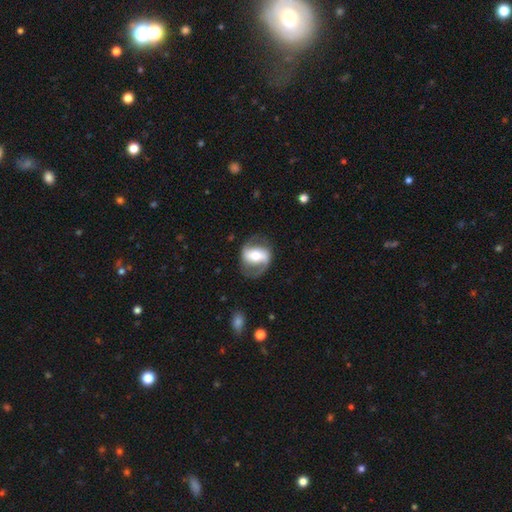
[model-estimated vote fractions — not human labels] Q: Smooth or featured?
A: featured or disk (76%); runner-up: smooth (18%)
Q: Edge-on disk?
A: no (96%); runner-up: yes (4%)
Q: Bar?
A: strong (44%); runner-up: weak (31%)
Q: Spiral arms?
A: yes (87%); runner-up: no (13%)
Q: Spiral winding?
A: medium (44%); runner-up: loose (39%)
Q: Spiral arm count?
A: 2 (87%); runner-up: 1 (6%)
Q: Bulge size?
A: moderate (66%); runner-up: small (17%)
Q: Merging?
A: none (73%); runner-up: minor disturbance (15%)